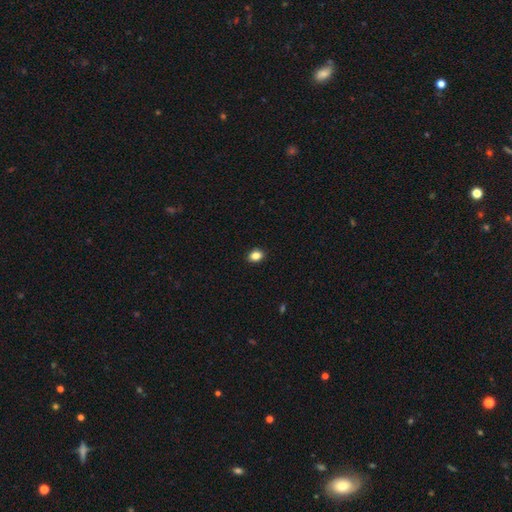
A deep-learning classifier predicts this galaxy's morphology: A smooth galaxy with no disk features (85%) that is in between round and cigar-shaped (65%).

Vote fractions:
- Smooth or featured? smooth: 85% / star or artifact: 10% / featured or disk: 4%
- How rounded? in between: 65% / round: 34% / cigar-shaped: 1%
- Merging? none: 90% / minor disturbance: 8% / major disturbance: 2% / merger: 1%